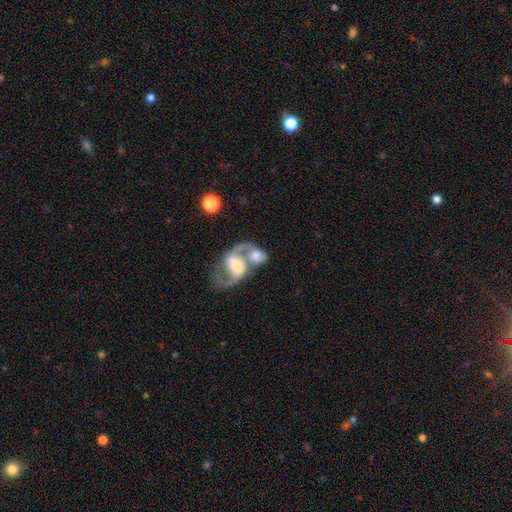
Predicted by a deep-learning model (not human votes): The model was most divided on "bar": weak: 40%, no: 39%, strong: 21%. Remaining: edge-on disk — no (97%); spiral arms — yes (89%); spiral arm count — 2 (88%); smooth or featured — featured or disk (75%); merging — merger (61%); spiral winding — loose (50%); bulge size — moderate (46%).